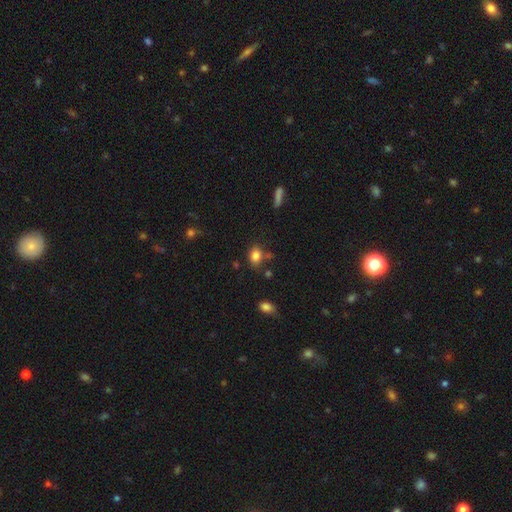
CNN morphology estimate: Q: Smooth or featured?
A: smooth (82%); runner-up: star or artifact (11%)
Q: How rounded?
A: in between (66%); runner-up: round (32%)
Q: Merging?
A: none (67%); runner-up: minor disturbance (19%)